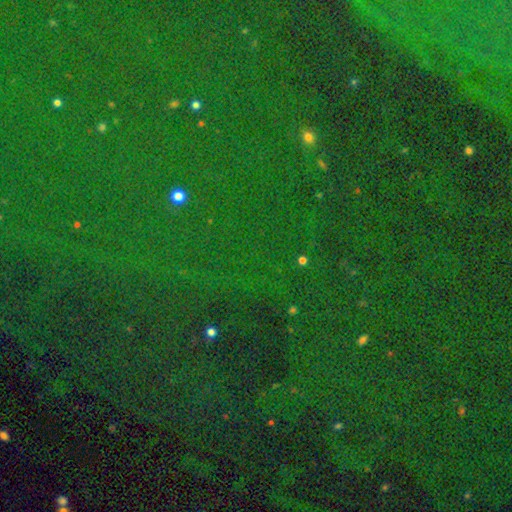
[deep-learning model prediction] A star or artifact, not a galaxy (83%).

Vote fractions:
- Smooth or featured? star or artifact: 83% / smooth: 10% / featured or disk: 8%